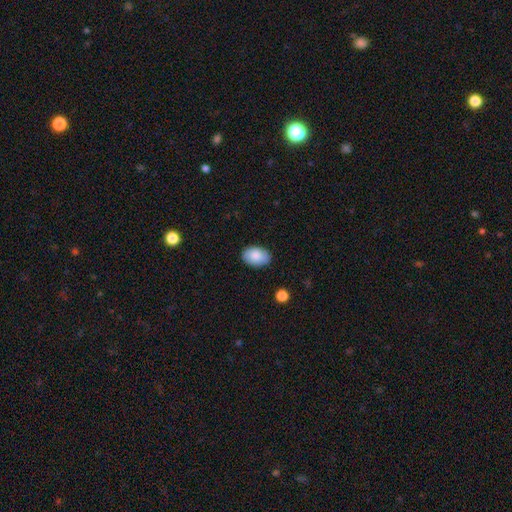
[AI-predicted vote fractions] This is clearly a smooth galaxy (86%). How rounded: clearly in between (87%). Merging: clearly none (86%).